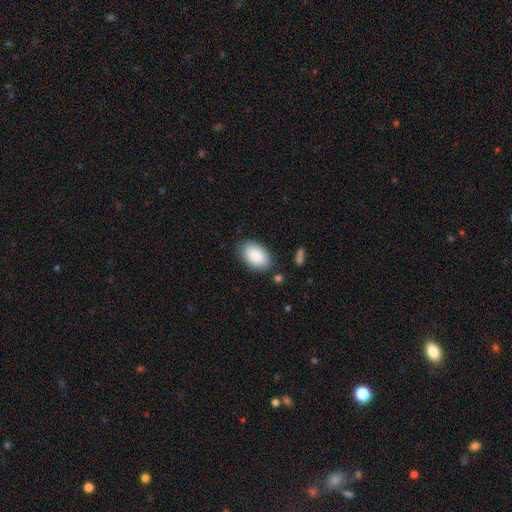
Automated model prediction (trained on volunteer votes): Smooth or featured: smooth — 88% (featured or disk — 6%)
How rounded: in between — 94% (round — 5%)
Merging: none — 83% (minor disturbance — 12%)